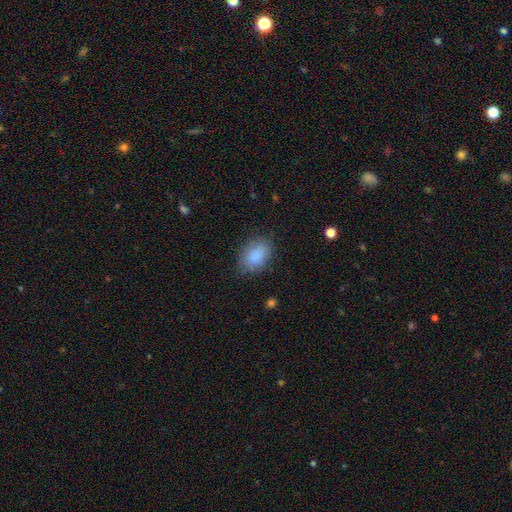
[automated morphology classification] type=smooth (86%); roundness=in between (83%); merging=none (75%).